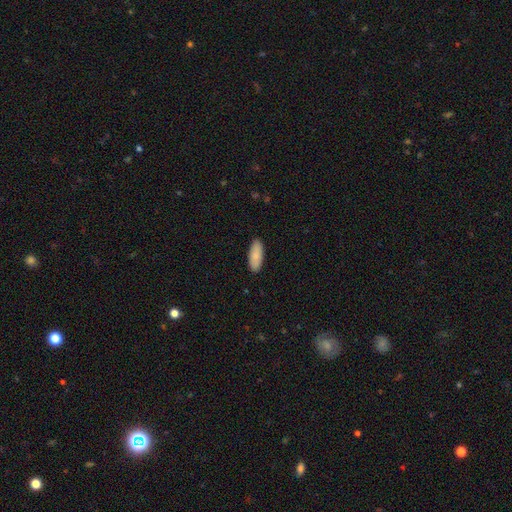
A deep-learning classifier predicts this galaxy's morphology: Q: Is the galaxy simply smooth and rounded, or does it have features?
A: smooth — 87%.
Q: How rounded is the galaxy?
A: in between — 78%.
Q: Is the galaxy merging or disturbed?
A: none — 90%.